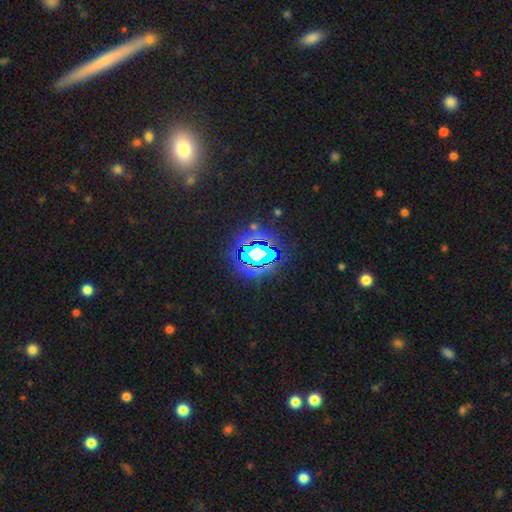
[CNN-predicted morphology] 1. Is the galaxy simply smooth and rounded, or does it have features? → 75% star or artifact, 13% smooth, 12% featured or disk.